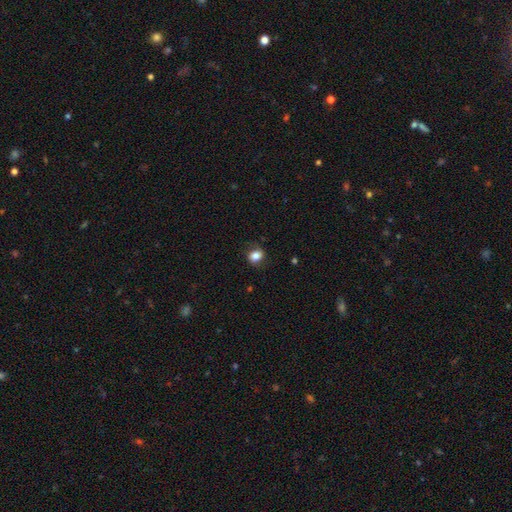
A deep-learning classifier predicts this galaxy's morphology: smooth 80%, featured or disk 10%, star or artifact 10%. Down the decision tree: how rounded — round (51%); merging — none (75%).